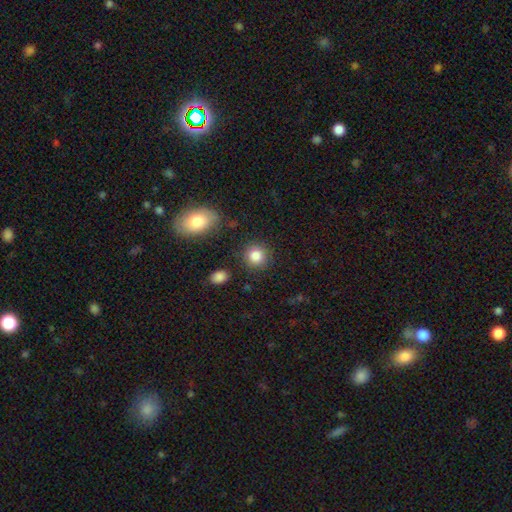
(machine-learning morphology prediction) Smooth or featured? Predicted: smooth (p=0.85). How rounded? Predicted: round (p=0.88). Merging? Predicted: none (p=0.86).